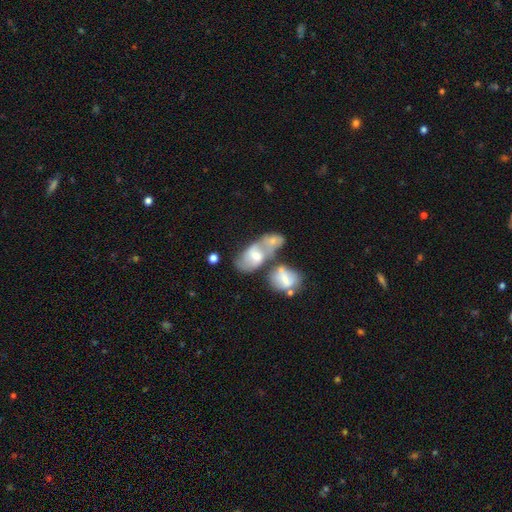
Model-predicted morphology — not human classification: featured or disk 47%, smooth 44%, star or artifact 9%. Down the decision tree: merging — merger (58%).